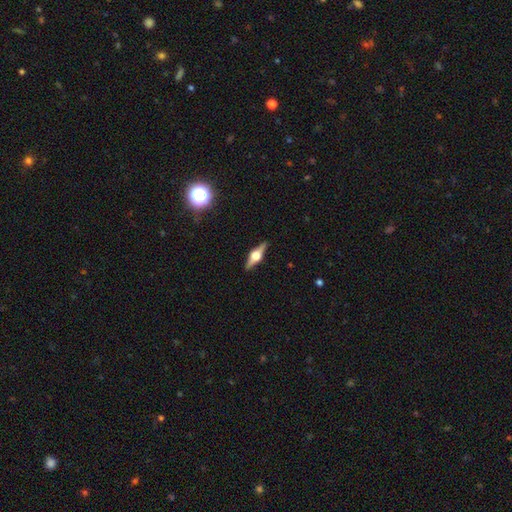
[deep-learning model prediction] Morphology: type=featured or disk (80%); edge-on=yes (97%); edge-on bulge=rounded (95%); merging=none (90%).